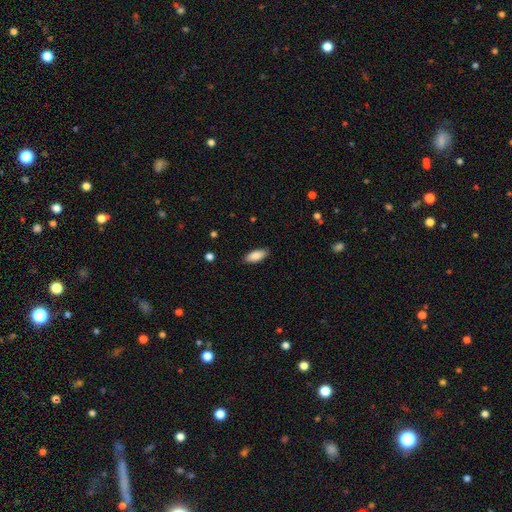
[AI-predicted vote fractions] Q: Smooth or featured?
A: smooth (86%); runner-up: featured or disk (8%)
Q: How rounded?
A: in between (81%); runner-up: cigar-shaped (17%)
Q: Merging?
A: none (88%); runner-up: minor disturbance (9%)